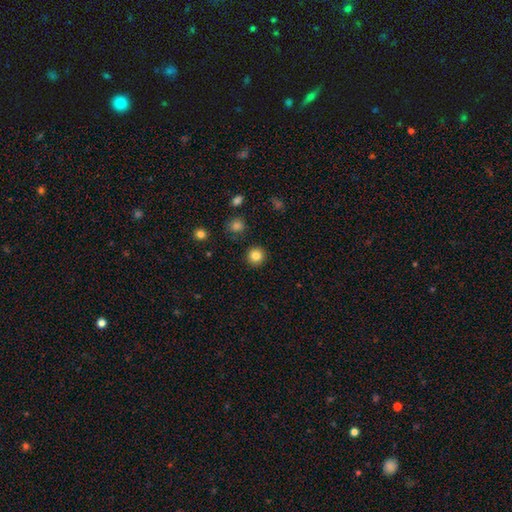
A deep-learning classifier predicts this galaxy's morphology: Smooth or featured? smooth (84%)
How rounded? round (94%)
Merging? none (91%)